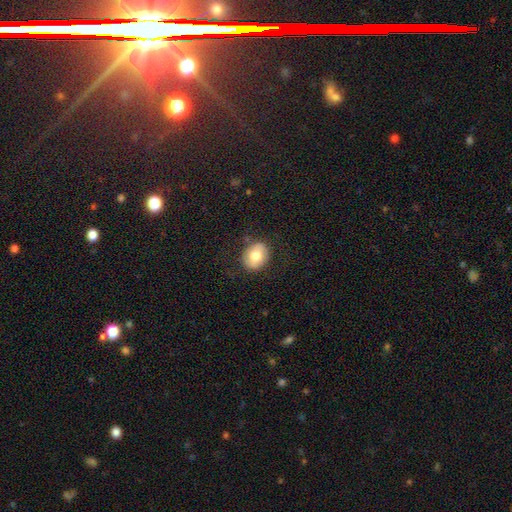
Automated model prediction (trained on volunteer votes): smooth 72%, featured or disk 20%, star or artifact 8%. Down the decision tree: how rounded — round (57%); merging — none (82%).